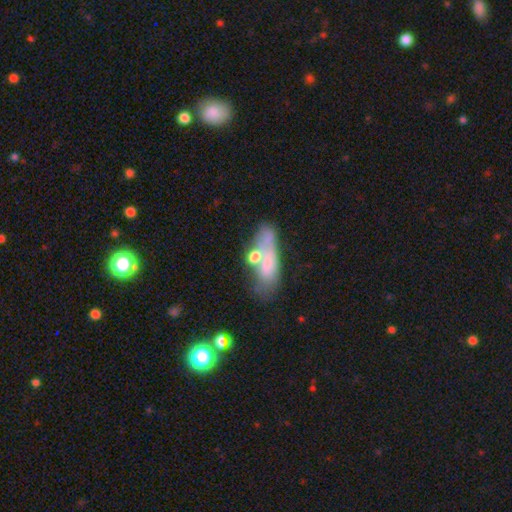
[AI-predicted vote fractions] Morphology: type=smooth (60%); roundness=in between (64%); merging=none (33%).